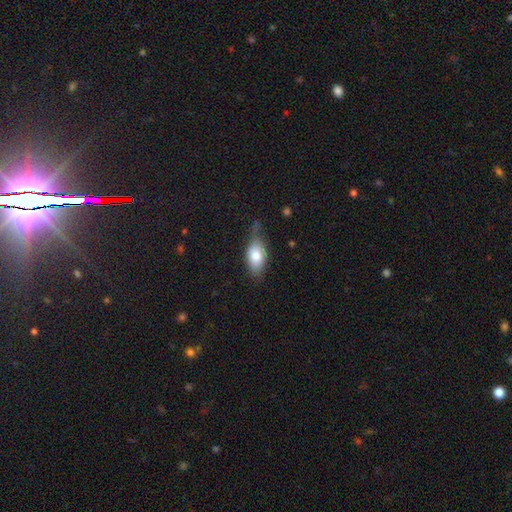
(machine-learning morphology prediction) Smooth or featured?
  - smooth: 75% *
  - featured or disk: 18%
  - star or artifact: 7%
How rounded?
  - in between: 88% *
  - round: 6%
  - cigar-shaped: 6%
Merging?
  - none: 52% *
  - minor disturbance: 34%
  - major disturbance: 11%
  - merger: 3%